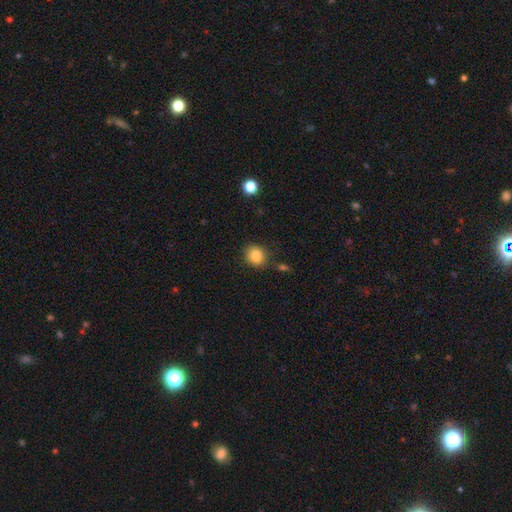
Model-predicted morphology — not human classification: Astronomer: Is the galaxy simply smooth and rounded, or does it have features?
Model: smooth — 85%.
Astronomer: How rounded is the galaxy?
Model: round — 74%.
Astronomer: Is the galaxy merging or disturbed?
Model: none — 82%.